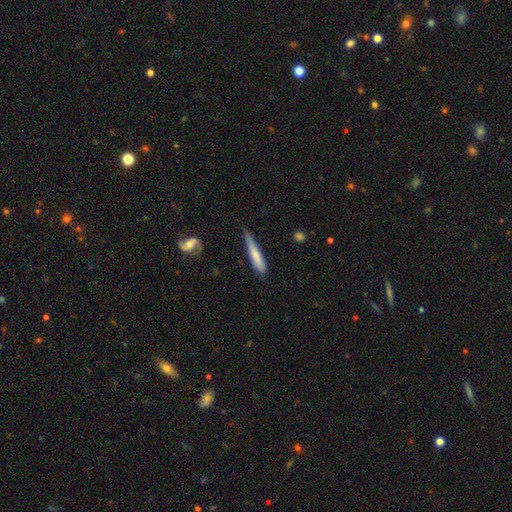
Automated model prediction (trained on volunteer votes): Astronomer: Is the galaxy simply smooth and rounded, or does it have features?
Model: smooth — 65%.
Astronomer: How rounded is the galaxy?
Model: cigar-shaped — 90%.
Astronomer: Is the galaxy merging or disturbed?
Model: none — 54% (runner-up: minor disturbance, 34%).